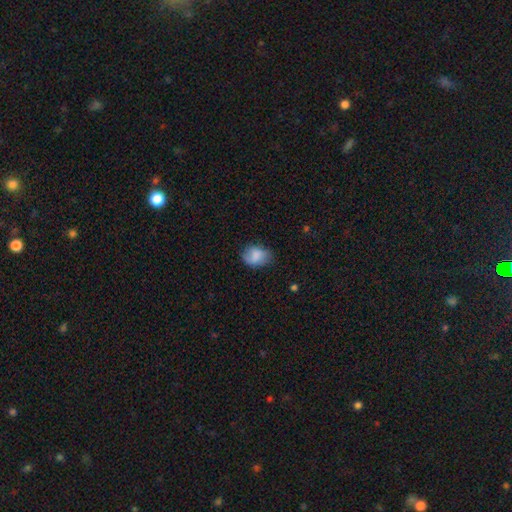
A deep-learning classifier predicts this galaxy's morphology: smooth 77%, featured or disk 14%, star or artifact 8%. Down the decision tree: how rounded — in between (70%); merging — none (61%).